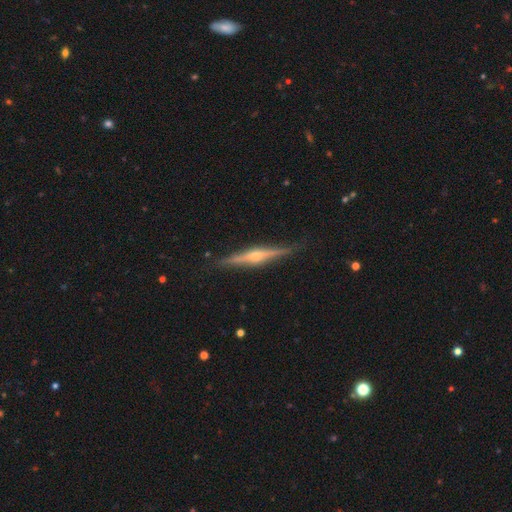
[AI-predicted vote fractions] Q: Smooth or featured?
A: featured or disk (81%); runner-up: smooth (13%)
Q: Edge-on disk?
A: yes (98%); runner-up: no (2%)
Q: Edge-on bulge?
A: rounded (85%); runner-up: boxy (8%)
Q: Merging?
A: none (88%); runner-up: minor disturbance (9%)